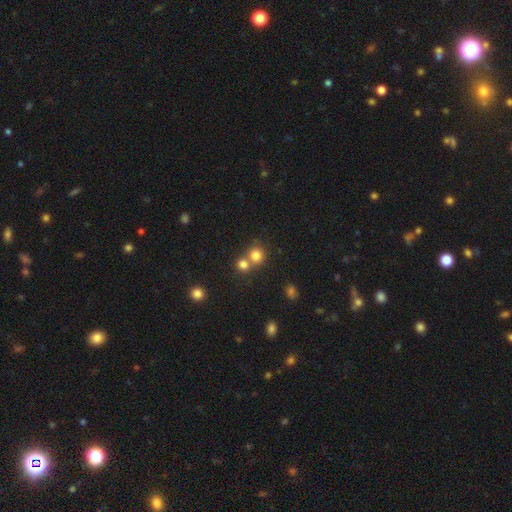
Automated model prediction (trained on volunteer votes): This is likely a smooth galaxy (79%). How rounded: clearly round (87%). Merging: possibly none (51%).